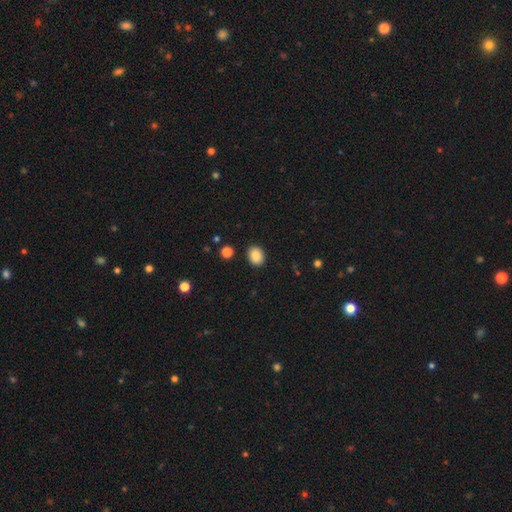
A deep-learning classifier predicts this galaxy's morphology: A smooth galaxy with no disk features (87%) that is round (52%).

Vote fractions:
- Smooth or featured? smooth: 87% / star or artifact: 9% / featured or disk: 5%
- How rounded? round: 52% / in between: 47% / cigar-shaped: 1%
- Merging? none: 89% / minor disturbance: 7% / major disturbance: 2% / merger: 2%